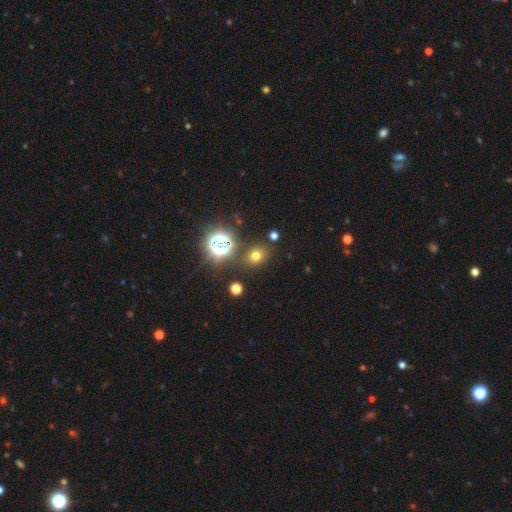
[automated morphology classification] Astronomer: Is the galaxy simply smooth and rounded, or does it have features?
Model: smooth — 65%.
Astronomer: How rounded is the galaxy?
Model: round — 66%.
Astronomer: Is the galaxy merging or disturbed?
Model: none — 83%.